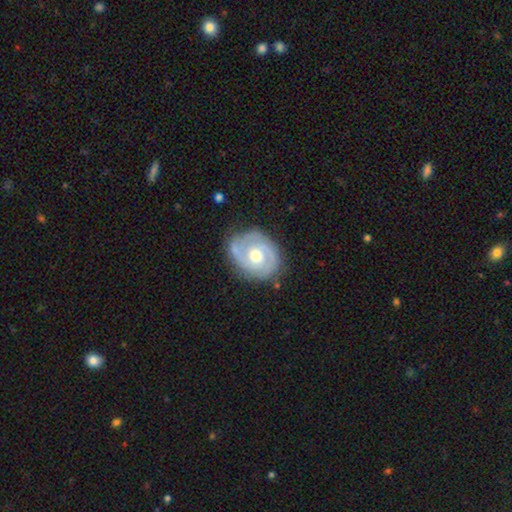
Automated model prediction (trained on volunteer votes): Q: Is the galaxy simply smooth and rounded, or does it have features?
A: featured or disk — 83%.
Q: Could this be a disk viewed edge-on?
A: no — 97%.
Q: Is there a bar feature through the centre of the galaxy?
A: no — 69%.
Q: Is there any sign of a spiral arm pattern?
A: yes — 93%.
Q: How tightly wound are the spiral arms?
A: tight — 59%.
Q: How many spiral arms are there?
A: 2 — 67%.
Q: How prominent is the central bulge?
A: moderate — 74%.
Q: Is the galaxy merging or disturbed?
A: none — 75%.